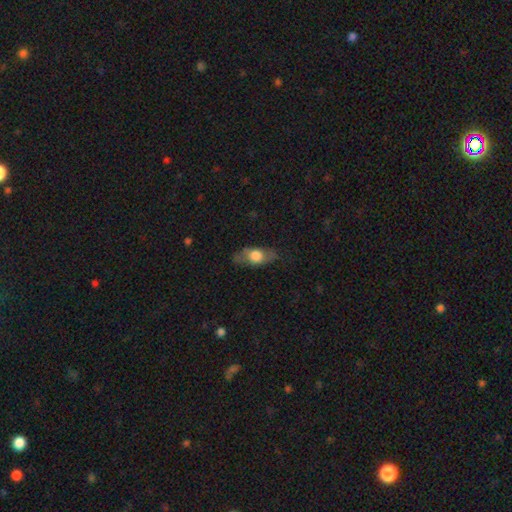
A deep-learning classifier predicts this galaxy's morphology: Overall: smooth (56%; featured or disk 37%). How rounded: in between (71%). Merging: none (73%).